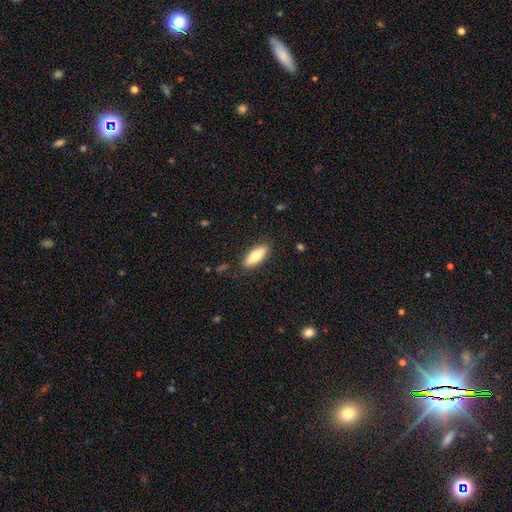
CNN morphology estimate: This appears to be a smooth galaxy with no disk features (71%) that is in between round and cigar-shaped (63%). Merging: none (87%).